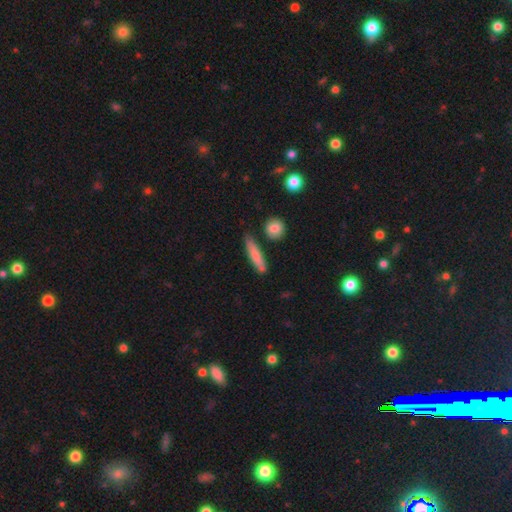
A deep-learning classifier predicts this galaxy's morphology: Smooth or featured? Predicted: smooth (p=0.77). How rounded? Predicted: cigar-shaped (p=0.84). Merging? Predicted: none (p=0.77).